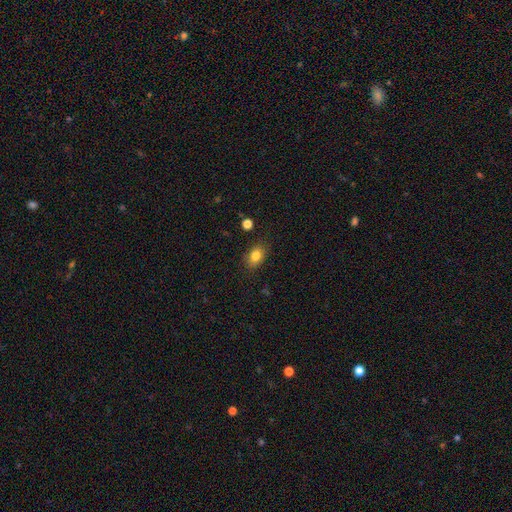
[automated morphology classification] Smooth or featured? Predicted: smooth (p=0.83). How rounded? Predicted: in between (p=0.75). Merging? Predicted: none (p=0.83).